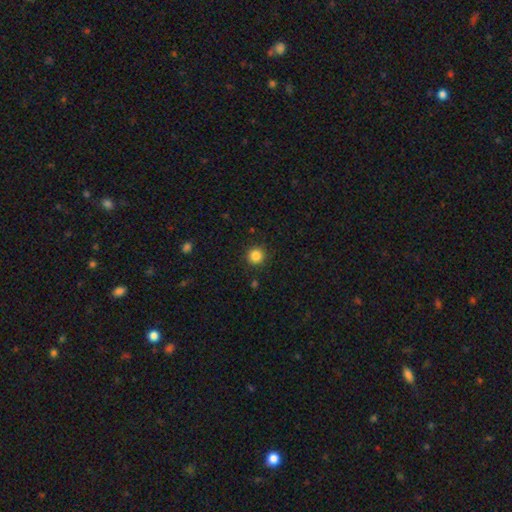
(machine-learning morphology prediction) Smooth or featured? smooth (85%)
How rounded? round (95%)
Merging? none (91%)